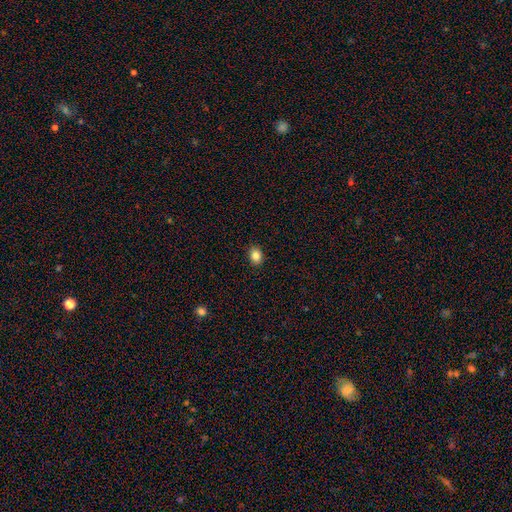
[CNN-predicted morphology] Q: Smooth or featured?
A: smooth (84%); runner-up: star or artifact (10%)
Q: How rounded?
A: in between (55%); runner-up: round (45%)
Q: Merging?
A: none (90%); runner-up: minor disturbance (7%)